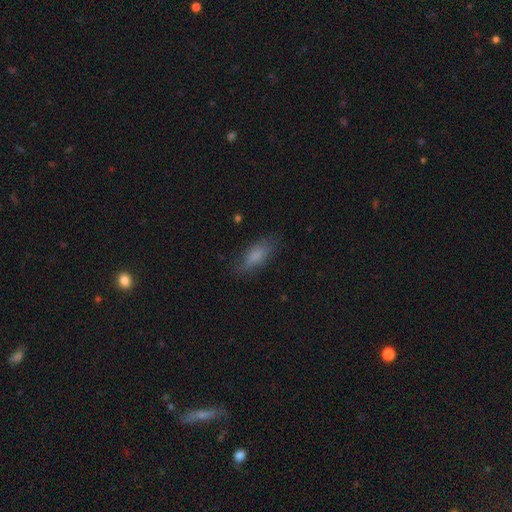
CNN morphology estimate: Overall: smooth (76%). How rounded: in between (67%; cigar-shaped 30%). Merging: none (72%).